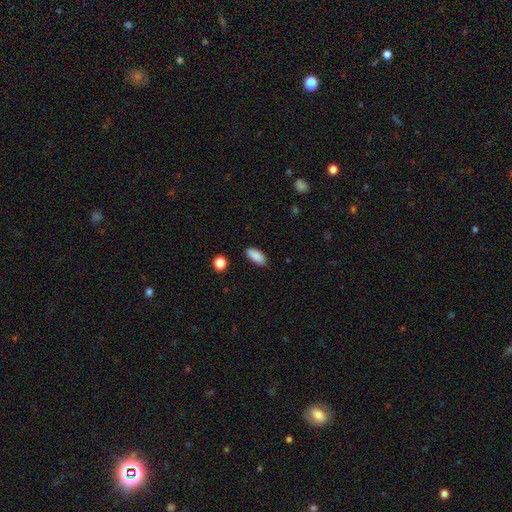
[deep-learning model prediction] A smooth galaxy with no disk features (89%) that is in between round and cigar-shaped (89%).

Vote fractions:
- Smooth or featured? smooth: 89% / star or artifact: 7% / featured or disk: 4%
- How rounded? in between: 89% / cigar-shaped: 9% / round: 2%
- Merging? none: 83% / minor disturbance: 13% / major disturbance: 2% / merger: 2%